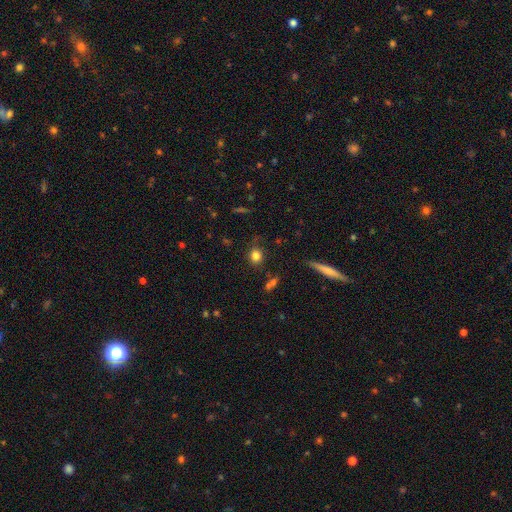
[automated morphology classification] A smooth galaxy with no disk features (80%) that is round (76%).

Vote fractions:
- Smooth or featured? smooth: 80% / star or artifact: 12% / featured or disk: 8%
- How rounded? round: 76% / in between: 22% / cigar-shaped: 2%
- Merging? none: 76% / minor disturbance: 15% / major disturbance: 6% / merger: 4%